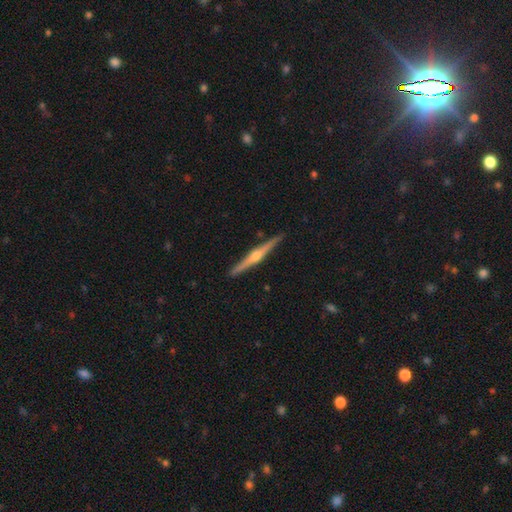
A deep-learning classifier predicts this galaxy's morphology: The model was most divided on "smooth or featured": featured or disk: 83%, smooth: 12%, star or artifact: 5%. More confident: edge-on disk — yes (99%); merging — none (92%); edge-on bulge — rounded (91%).